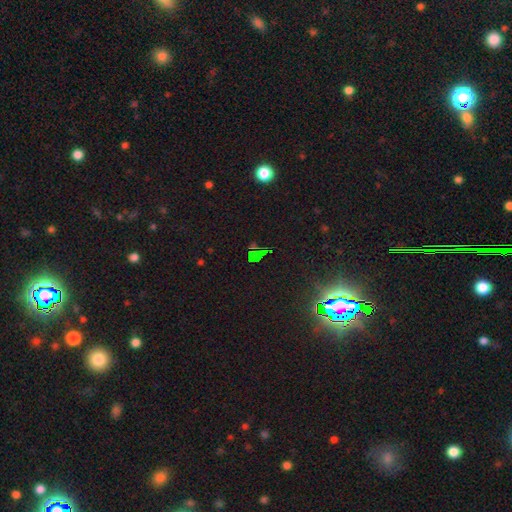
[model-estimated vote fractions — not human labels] This appears to be a star or artifact, not a galaxy (68%).